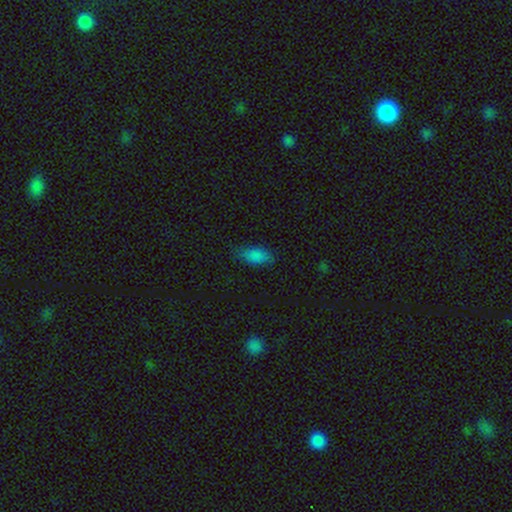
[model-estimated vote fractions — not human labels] A smooth galaxy with no disk features (83%) that is in between round and cigar-shaped (91%).

Vote fractions:
- Smooth or featured? smooth: 83% / star or artifact: 10% / featured or disk: 6%
- How rounded? in between: 91% / cigar-shaped: 5% / round: 3%
- Merging? none: 70% / minor disturbance: 24% / major disturbance: 5% / merger: 1%